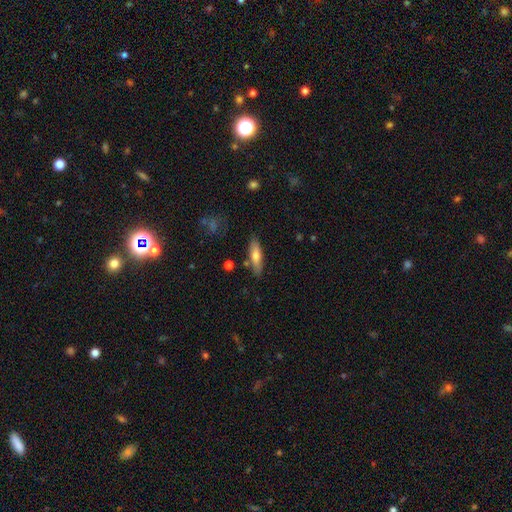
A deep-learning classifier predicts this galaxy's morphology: smooth 66%, featured or disk 27%, star or artifact 6%. Down the decision tree: how rounded — cigar-shaped (62%); merging — none (80%).